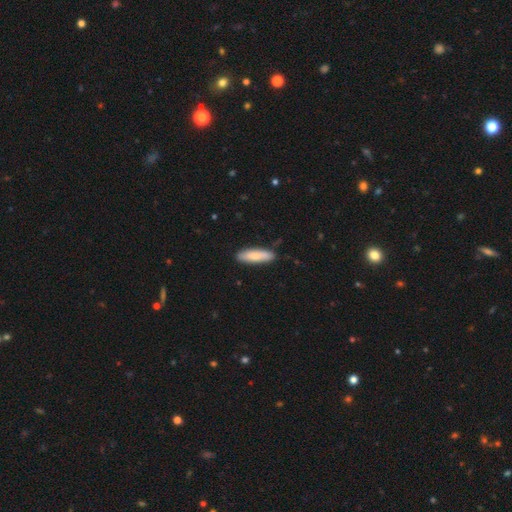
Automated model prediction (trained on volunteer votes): smooth-or-featured: smooth: 80% | featured or disk: 15% | star or artifact: 5%
  how-rounded: cigar-shaped: 61% | in between: 37% | round: 2%
  merging: none: 87% | minor disturbance: 10% | major disturbance: 2% | merger: 1%